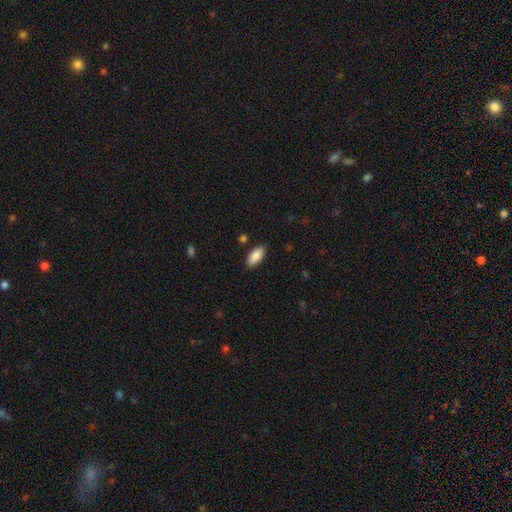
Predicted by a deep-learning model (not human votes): The model was most divided on "how rounded": in between: 87%, cigar-shaped: 11%, round: 2%. More confident: smooth or featured — smooth (87%); merging — none (87%).